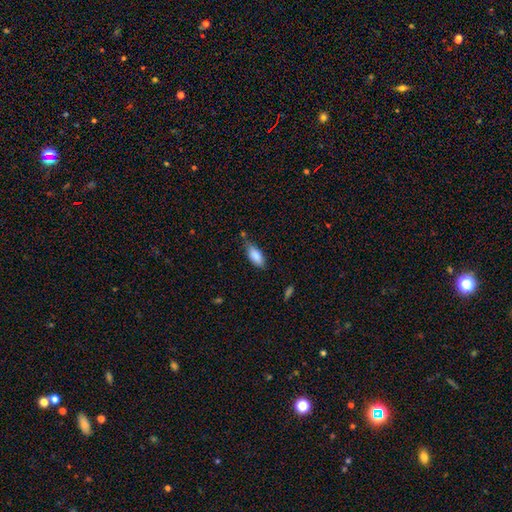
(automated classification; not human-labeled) A smooth galaxy with no disk features (85%) that is in between round and cigar-shaped (85%). Merging: none (65%).